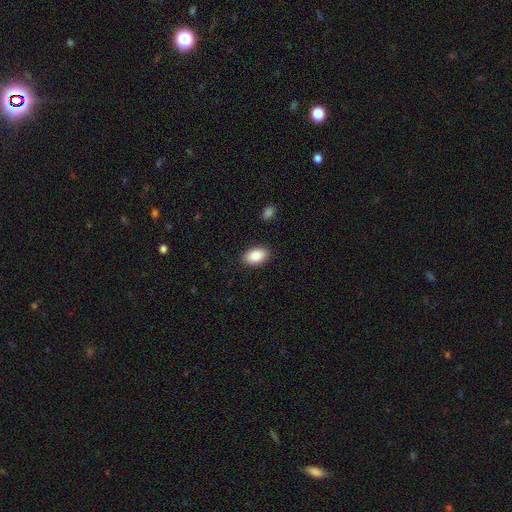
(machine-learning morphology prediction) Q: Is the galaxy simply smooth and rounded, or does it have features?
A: smooth — 89%.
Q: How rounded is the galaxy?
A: in between — 91%.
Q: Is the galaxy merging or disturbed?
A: none — 88%.